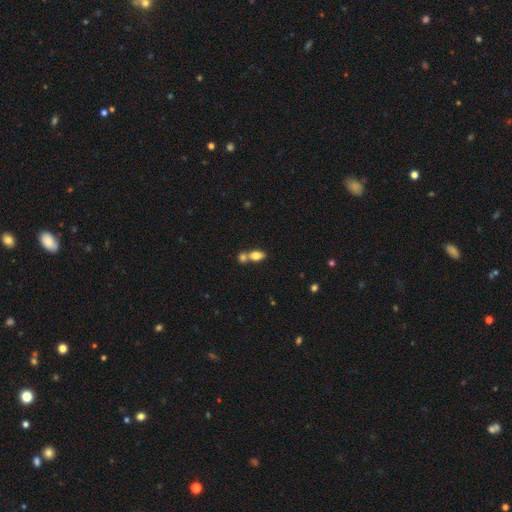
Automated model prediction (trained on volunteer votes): Q: Smooth or featured?
A: smooth (77%); runner-up: featured or disk (14%)
Q: How rounded?
A: in between (84%); runner-up: round (11%)
Q: Merging?
A: merger (51%); runner-up: none (36%)